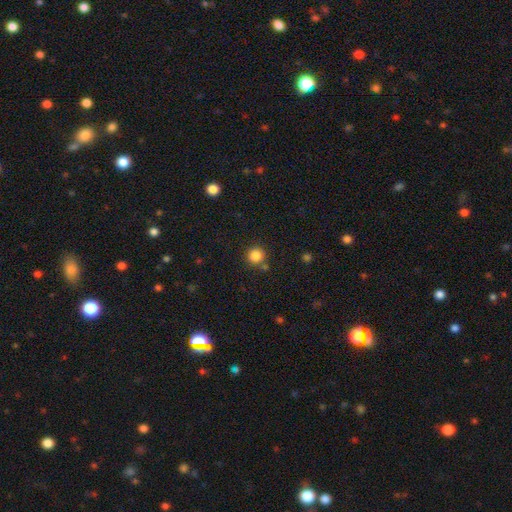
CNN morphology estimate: Overall: smooth (85%). How rounded: round (93%). Merging: none (79%).